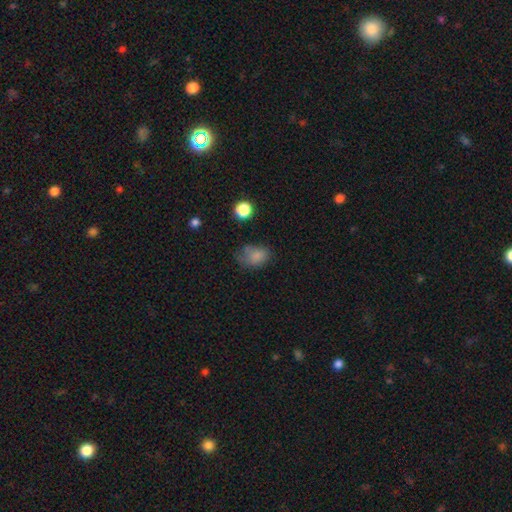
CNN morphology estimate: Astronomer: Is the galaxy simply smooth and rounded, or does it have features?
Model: smooth — 76%.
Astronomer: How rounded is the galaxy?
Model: in between — 70%.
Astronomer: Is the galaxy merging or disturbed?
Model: none — 44% (runner-up: minor disturbance, 32%).